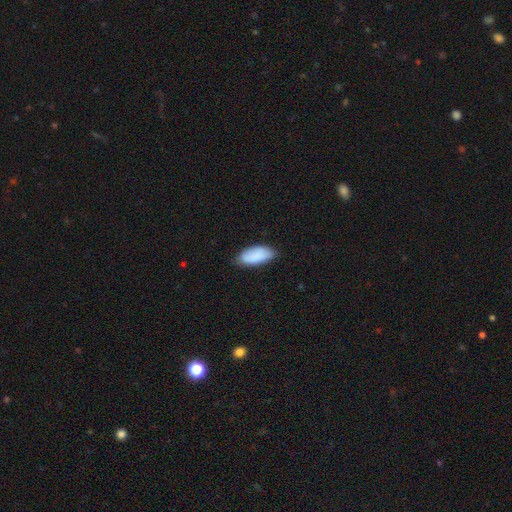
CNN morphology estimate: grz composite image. It shows a smooth galaxy with no disk features (87%) that is in between round and cigar-shaped (89%). Merging: none (77%).